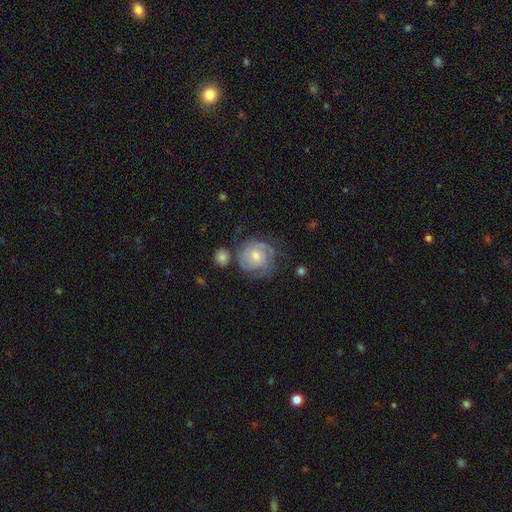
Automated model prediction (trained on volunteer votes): featured or disk 67%, smooth 27%, star or artifact 7%. Down the decision tree: edge-on disk — no (98%); bar — no (61%); spiral arms — yes (87%); spiral arm count — can't tell (39%); spiral winding — tight (61%); bulge size — moderate (49%); merging — none (59%).